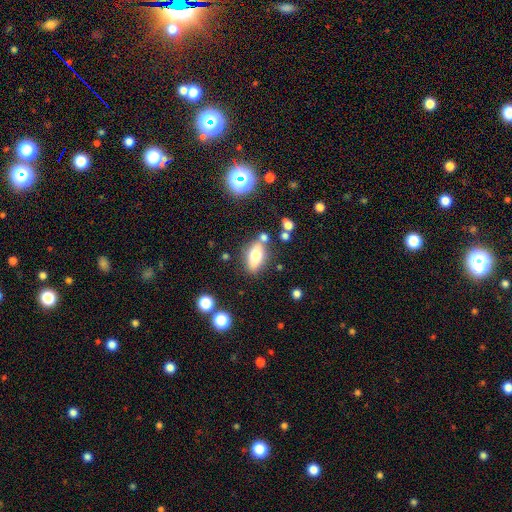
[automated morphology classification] A smooth galaxy with no disk features (69%) that is in between round and cigar-shaped (82%). Merging: none (72%).